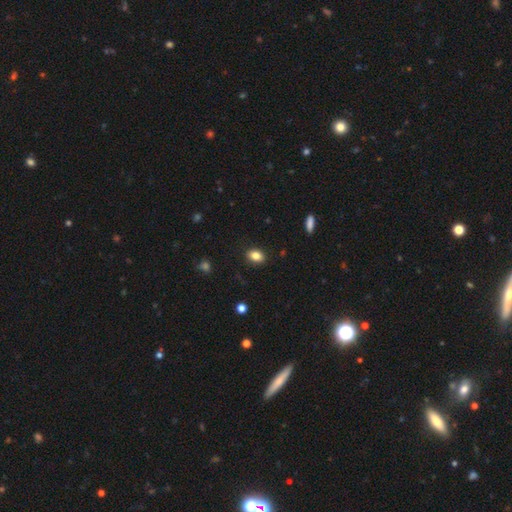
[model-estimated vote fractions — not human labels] A smooth galaxy with no disk features (84%) that is in between round and cigar-shaped (77%).

Vote fractions:
- Smooth or featured? smooth: 84% / star or artifact: 10% / featured or disk: 6%
- How rounded? in between: 77% / round: 21% / cigar-shaped: 2%
- Merging? none: 88% / minor disturbance: 9% / major disturbance: 2% / merger: 1%